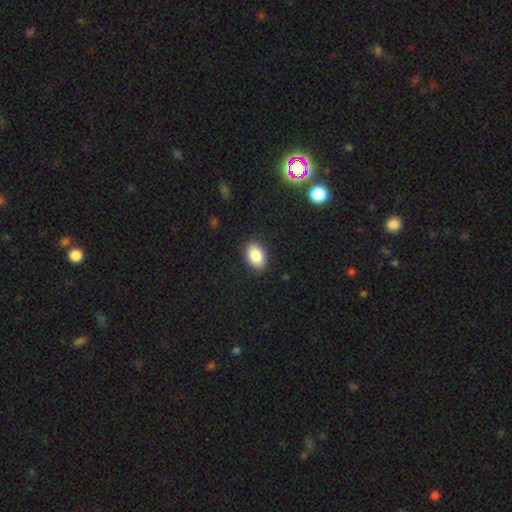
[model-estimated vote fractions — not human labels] smooth 87%, star or artifact 8%, featured or disk 6%. Down the decision tree: how rounded — in between (89%); merging — none (88%).